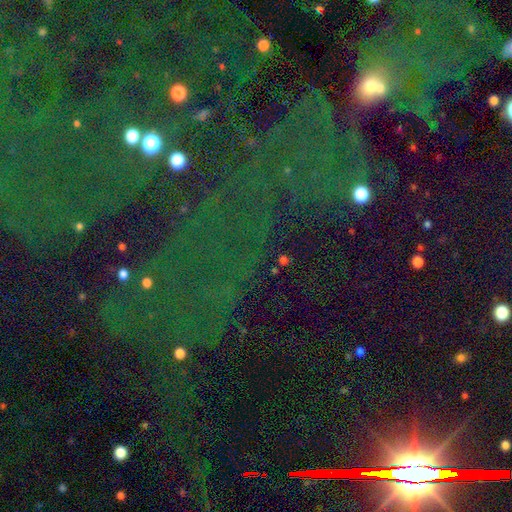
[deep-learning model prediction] Overall: star or artifact (83%).